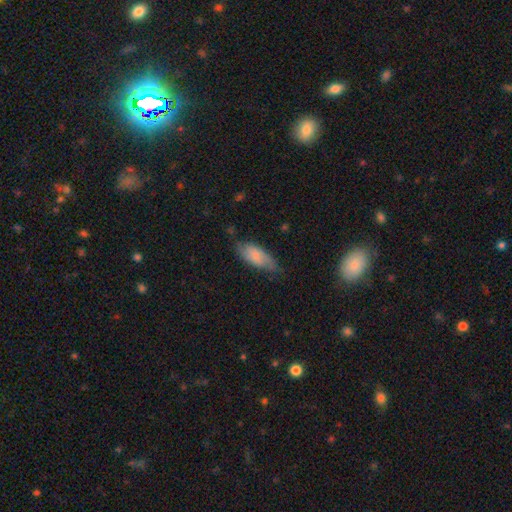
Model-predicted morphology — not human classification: Smooth or featured: smooth — 71% (featured or disk — 23%)
How rounded: in between — 79% (cigar-shaped — 19%)
Merging: none — 63% (minor disturbance — 29%)